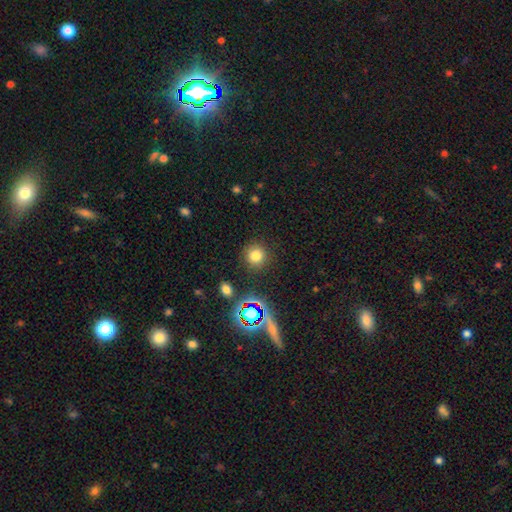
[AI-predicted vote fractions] Morphology: type=smooth (75%); roundness=round (92%); merging=none (88%).